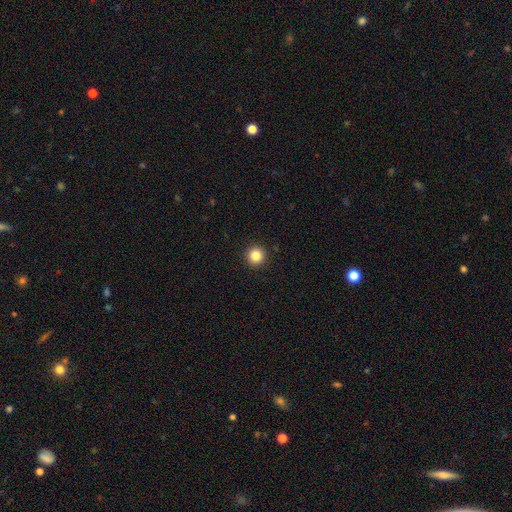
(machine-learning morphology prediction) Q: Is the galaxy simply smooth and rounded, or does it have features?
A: smooth — 84%.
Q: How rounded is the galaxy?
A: round — 95%.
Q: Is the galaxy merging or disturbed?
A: none — 93%.